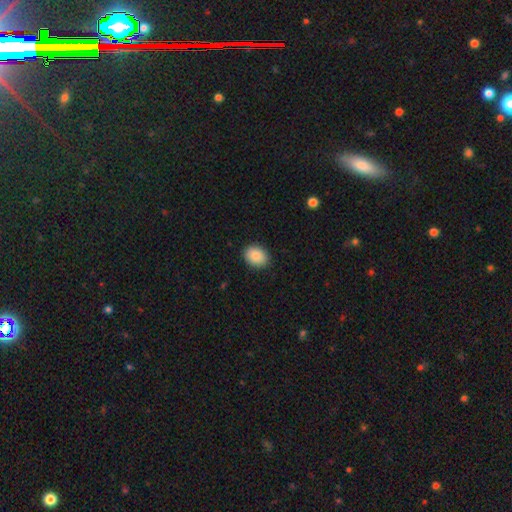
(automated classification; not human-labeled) This appears to be a smooth galaxy with no disk features (88%) that is in between round and cigar-shaped (63%). Merging: none (89%).